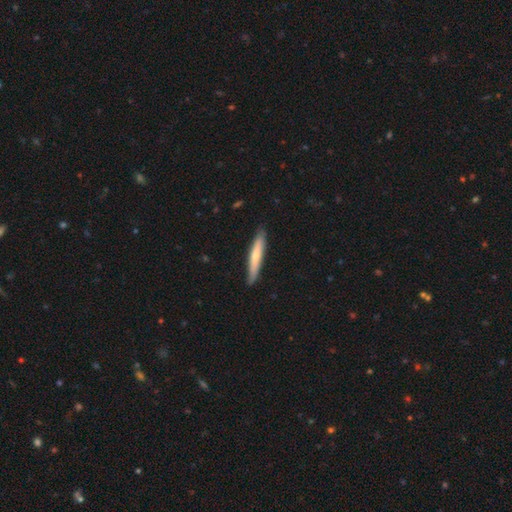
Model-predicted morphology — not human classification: This appears to be a smooth galaxy with no disk features (64%) that is cigar-shaped (93%). Merging: none (87%).